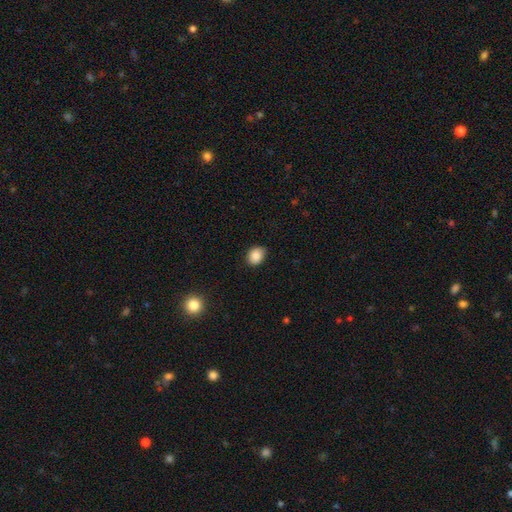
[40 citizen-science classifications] Morphology: type=smooth (98%); roundness=round (64%); merging=none (92%).